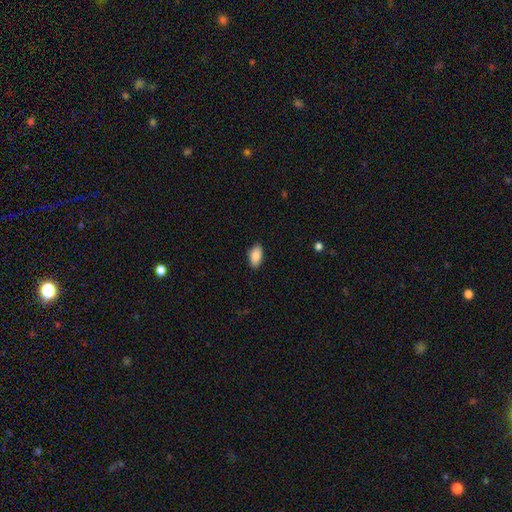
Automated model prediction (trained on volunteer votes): Q: Smooth or featured?
A: smooth (89%); runner-up: star or artifact (7%)
Q: How rounded?
A: in between (94%); runner-up: cigar-shaped (3%)
Q: Merging?
A: none (88%); runner-up: minor disturbance (9%)